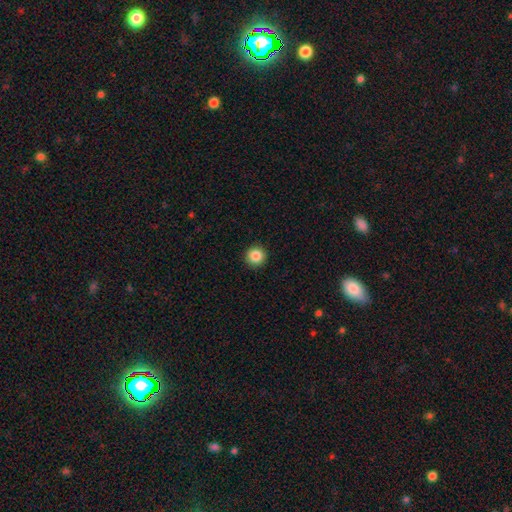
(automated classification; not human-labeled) smooth_or_featured: smooth (p=0.86) [alt: star or artifact p=0.10]
how_rounded: round (p=0.95) [alt: in between p=0.04]
merging: none (p=0.93) [alt: minor disturbance p=0.04]